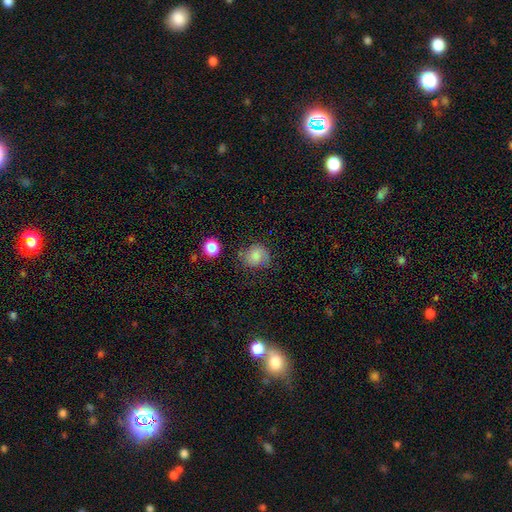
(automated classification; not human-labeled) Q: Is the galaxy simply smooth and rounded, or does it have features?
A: smooth — 72%.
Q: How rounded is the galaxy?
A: round — 77%.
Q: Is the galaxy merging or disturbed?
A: none — 67%.